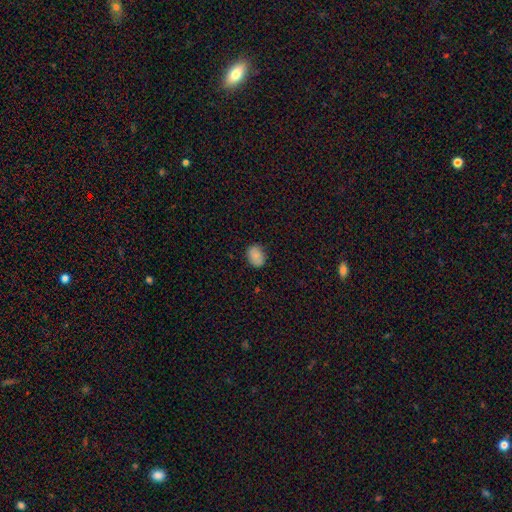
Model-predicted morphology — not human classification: Overall: smooth (86%). How rounded: in between (66%; round 33%). Merging: none (84%).